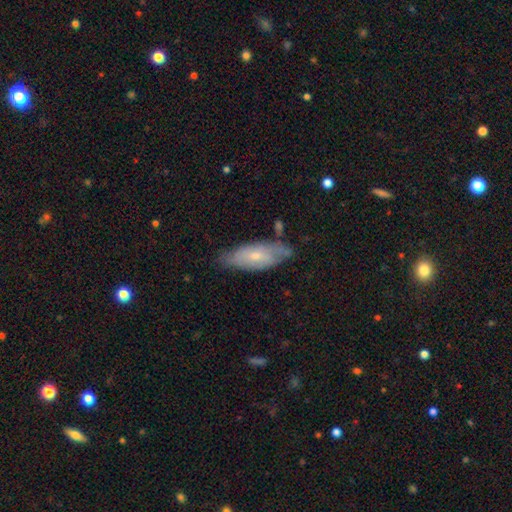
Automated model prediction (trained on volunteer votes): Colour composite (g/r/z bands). It shows a smooth galaxy with no disk features (53%) that is in between round and cigar-shaped (74%). Merging: none (65%).